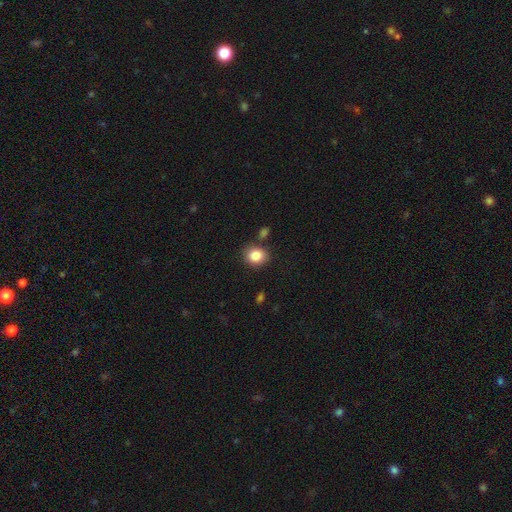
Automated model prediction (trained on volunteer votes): A smooth galaxy with no disk features (85%) that is round (69%).

Vote fractions:
- Smooth or featured? smooth: 85% / star or artifact: 9% / featured or disk: 6%
- How rounded? round: 69% / in between: 30% / cigar-shaped: 1%
- Merging? none: 80% / minor disturbance: 11% / merger: 6% / major disturbance: 3%